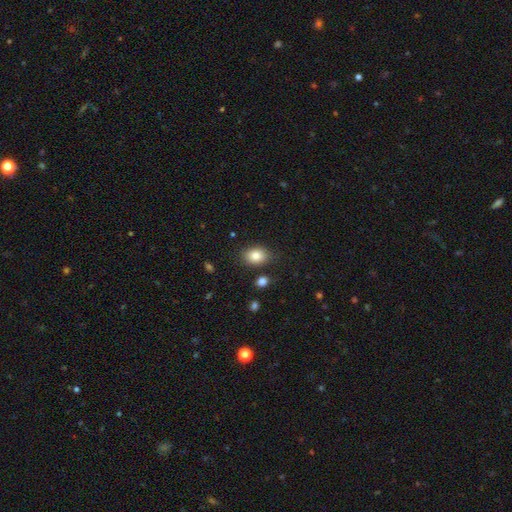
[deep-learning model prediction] Smooth or featured? smooth (84%)
How rounded? in between (72%)
Merging? none (83%)